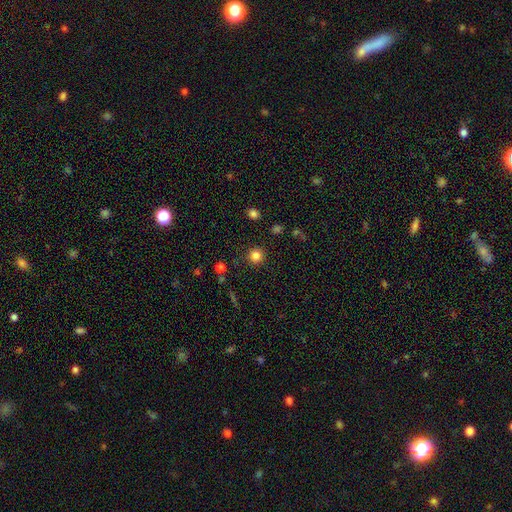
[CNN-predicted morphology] Q: Smooth or featured?
A: smooth (82%); runner-up: star or artifact (13%)
Q: How rounded?
A: round (94%); runner-up: in between (5%)
Q: Merging?
A: none (90%); runner-up: minor disturbance (6%)